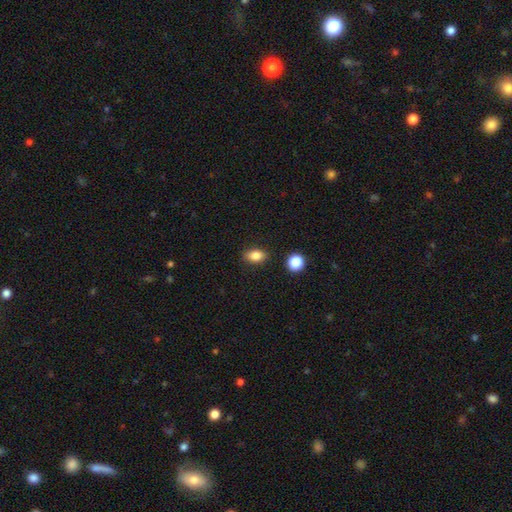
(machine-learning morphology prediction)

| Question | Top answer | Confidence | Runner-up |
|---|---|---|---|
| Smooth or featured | smooth | 84% | star or artifact (10%) |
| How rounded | in between | 81% | round (16%) |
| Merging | none | 86% | minor disturbance (9%) |